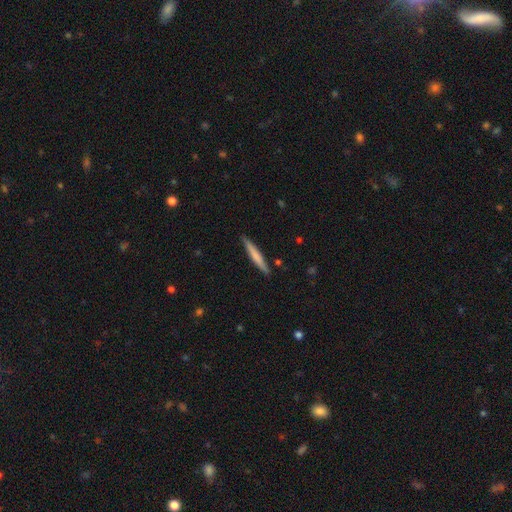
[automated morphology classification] A smooth galaxy with no disk features (66%) that is cigar-shaped (95%).

Vote fractions:
- Smooth or featured? smooth: 66% / featured or disk: 29% / star or artifact: 5%
- How rounded? cigar-shaped: 95% / in between: 3% / round: 1%
- Merging? none: 89% / minor disturbance: 8% / major disturbance: 1% / merger: 1%